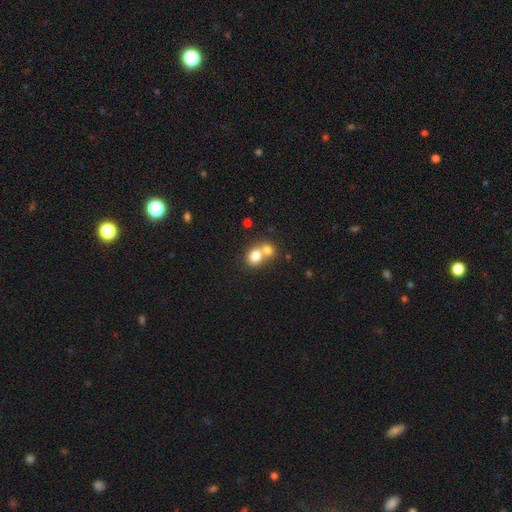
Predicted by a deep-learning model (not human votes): The model was most divided on "merging": merger: 62%, none: 31%, minor disturbance: 5%, major disturbance: 2%. More confident: smooth or featured — smooth (77%); how rounded — round (65%).